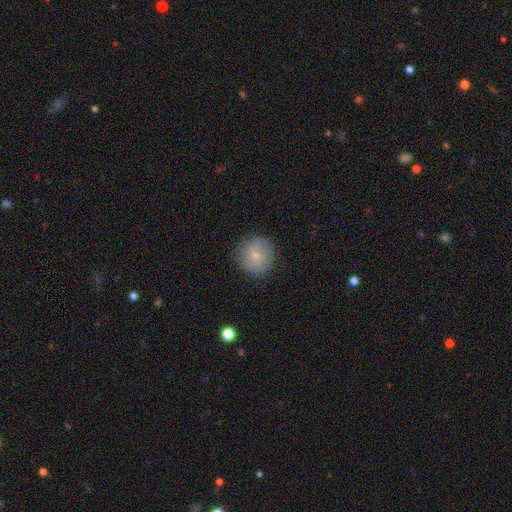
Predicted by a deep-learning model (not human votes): Smooth or featured?
  - smooth: 74% *
  - featured or disk: 17%
  - star or artifact: 9%
How rounded?
  - round: 92% *
  - in between: 7%
  - cigar-shaped: 1%
Merging?
  - none: 83% *
  - minor disturbance: 12%
  - major disturbance: 3%
  - merger: 1%